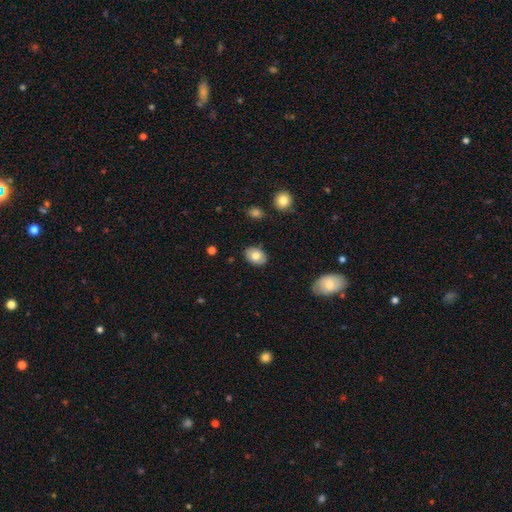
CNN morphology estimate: This appears to be a smooth galaxy with no disk features (76%) that is in between round and cigar-shaped (74%). Merging: none (87%).